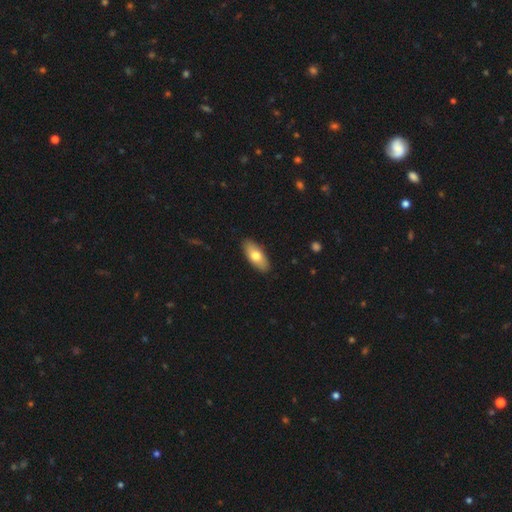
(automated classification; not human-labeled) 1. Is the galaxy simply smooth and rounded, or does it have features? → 72% smooth, 23% featured or disk, 6% star or artifact.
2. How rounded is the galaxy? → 83% in between, 15% cigar-shaped, 3% round.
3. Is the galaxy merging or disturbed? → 89% none, 8% minor disturbance, 2% major disturbance, 1% merger.